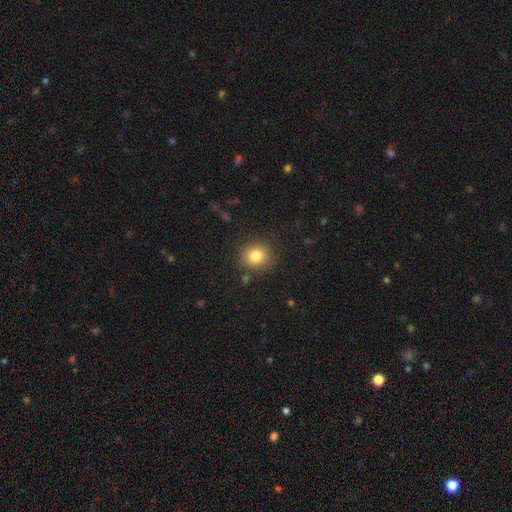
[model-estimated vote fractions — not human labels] Smooth or featured? smooth (83%)
How rounded? round (85%)
Merging? none (86%)